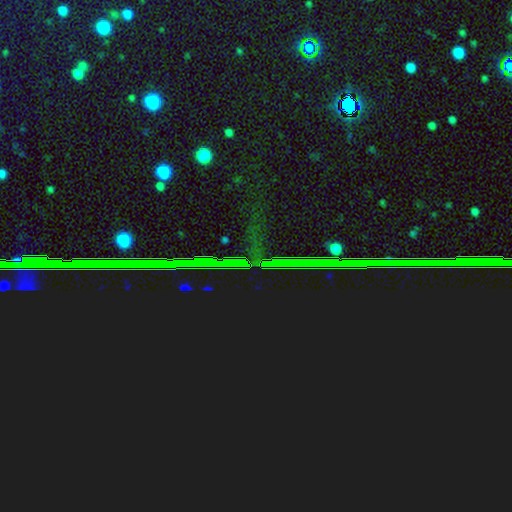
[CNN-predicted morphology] A star or artifact, not a galaxy (82%).